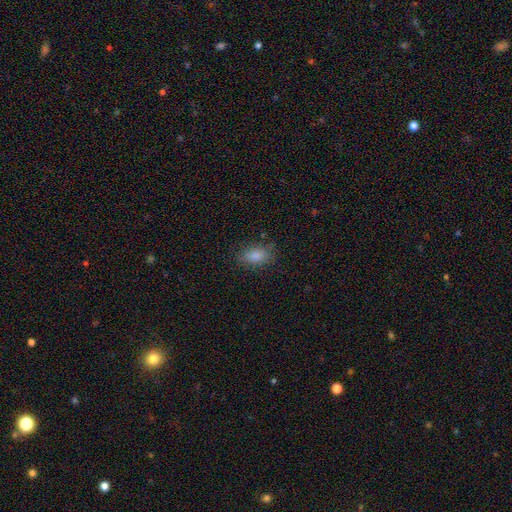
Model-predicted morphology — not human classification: Smooth or featured?
  - smooth: 84% *
  - star or artifact: 9%
  - featured or disk: 6%
How rounded?
  - in between: 87% *
  - round: 10%
  - cigar-shaped: 3%
Merging?
  - none: 79% *
  - minor disturbance: 15%
  - major disturbance: 4%
  - merger: 1%